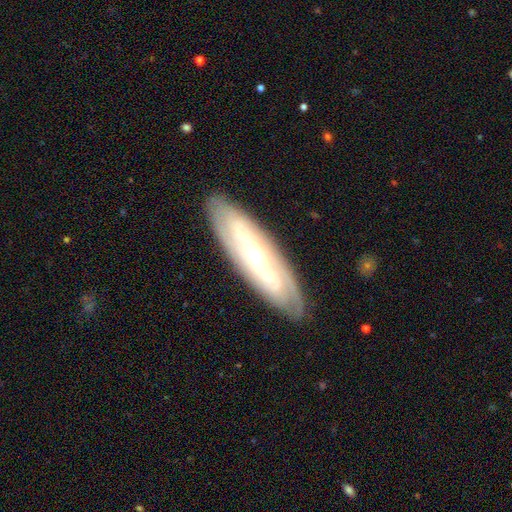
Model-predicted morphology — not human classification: smooth_or_featured: featured or disk (p=0.75) [alt: smooth p=0.19]
disk_edge_on: no (p=0.74) [alt: yes p=0.26]
bar: no (p=0.40) [alt: weak p=0.34]
has_spiral_arms: yes (p=0.85) [alt: no p=0.15]
bulge_size: moderate (p=0.51) [alt: small p=0.41]
merging: none (p=0.84) [alt: minor disturbance p=0.11]